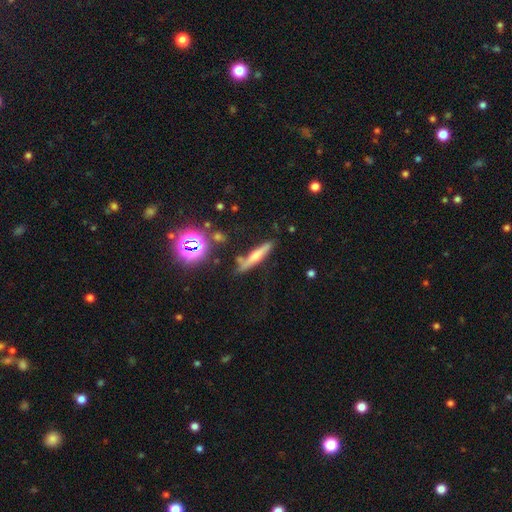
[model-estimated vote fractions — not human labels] smooth_or_featured: featured or disk (p=0.46) [alt: smooth p=0.39]
merging: none (p=0.78) [alt: minor disturbance p=0.14]